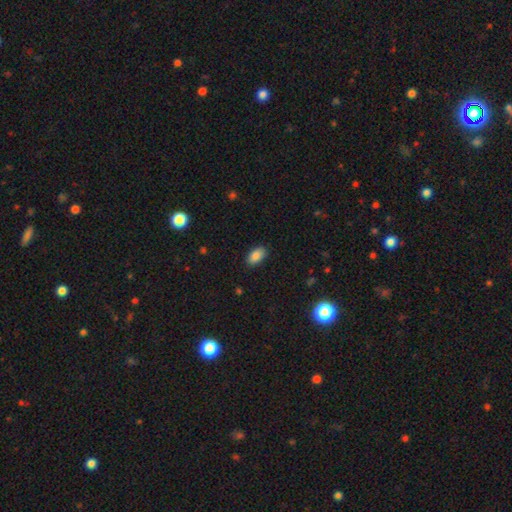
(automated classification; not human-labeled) This is clearly a smooth galaxy (87%). How rounded: clearly in between (93%). Merging: clearly none (88%).